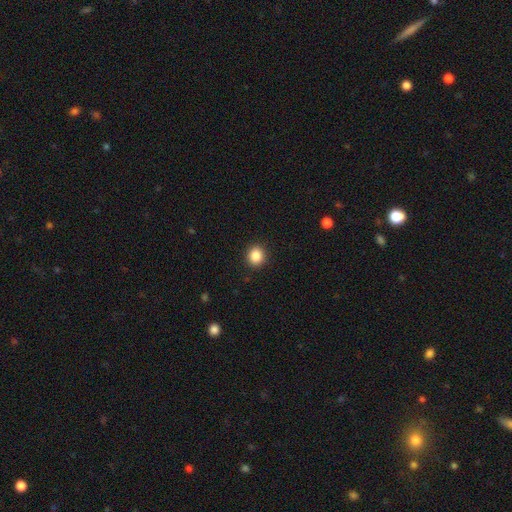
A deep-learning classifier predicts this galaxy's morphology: smooth 87%, star or artifact 9%, featured or disk 4%. Down the decision tree: how rounded — round (84%); merging — none (91%).